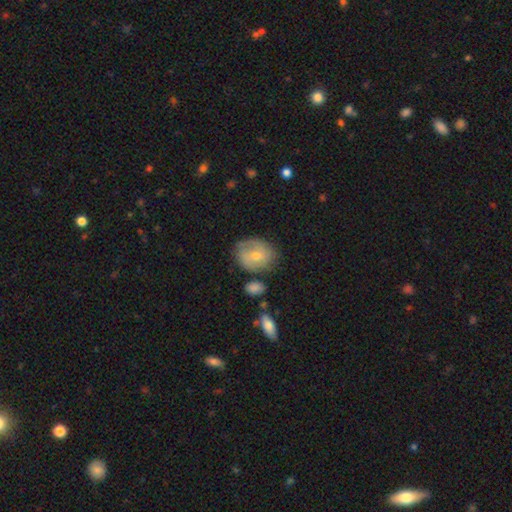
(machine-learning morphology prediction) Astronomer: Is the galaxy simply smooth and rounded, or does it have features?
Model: smooth — 50% (runner-up: featured or disk, 42%).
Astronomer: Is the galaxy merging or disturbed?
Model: none — 61%.